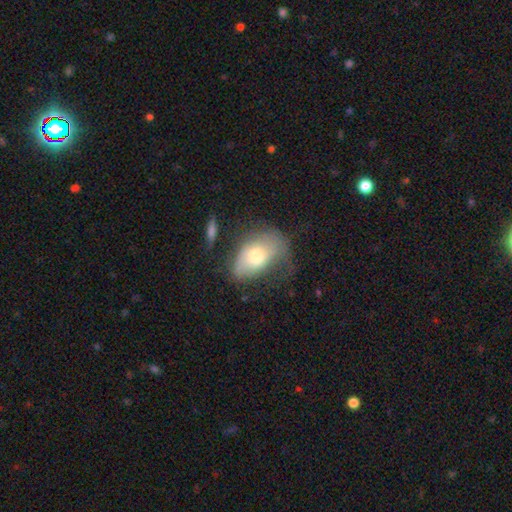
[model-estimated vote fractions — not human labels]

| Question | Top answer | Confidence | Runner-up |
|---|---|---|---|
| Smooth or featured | smooth | 63% | featured or disk (29%) |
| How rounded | in between | 90% | round (8%) |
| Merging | none | 35% | minor disturbance (34%) |